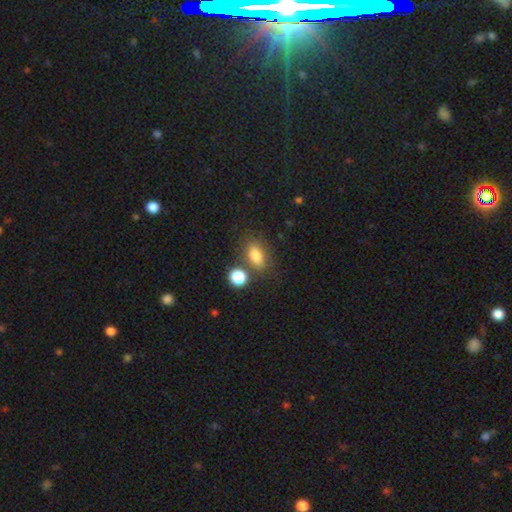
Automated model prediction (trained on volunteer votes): A smooth galaxy with no disk features (80%) that is in between round and cigar-shaped (81%). Merging: none (67%).